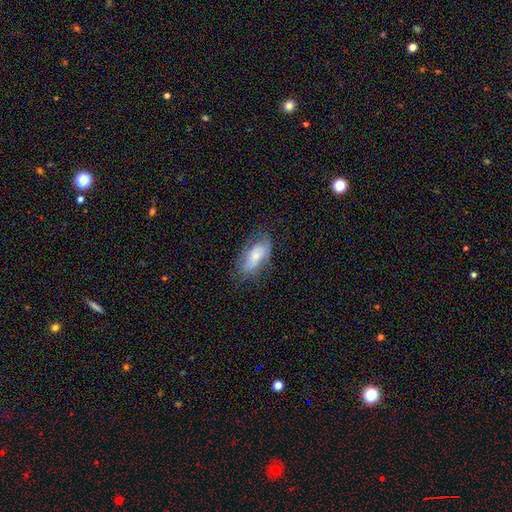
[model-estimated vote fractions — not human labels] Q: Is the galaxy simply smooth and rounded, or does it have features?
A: smooth — 60%.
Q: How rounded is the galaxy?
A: in between — 88%.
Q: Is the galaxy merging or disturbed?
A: none — 62%.